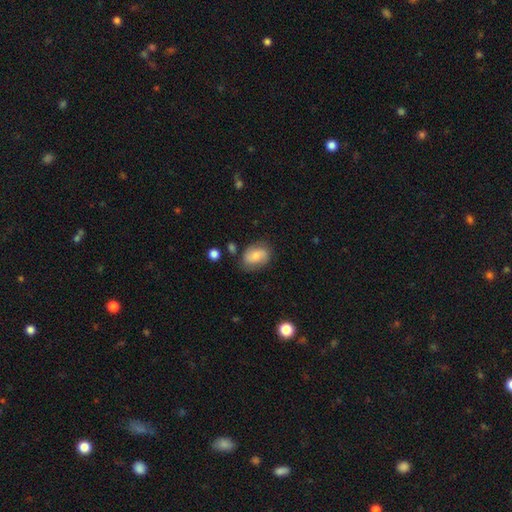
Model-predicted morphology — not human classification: A smooth galaxy with no disk features (60%) that is in between round and cigar-shaped (74%).

Vote fractions:
- Smooth or featured? smooth: 60% / featured or disk: 32% / star or artifact: 8%
- How rounded? in between: 74% / round: 25% / cigar-shaped: 1%
- Merging? none: 72% / minor disturbance: 20% / major disturbance: 6% / merger: 3%